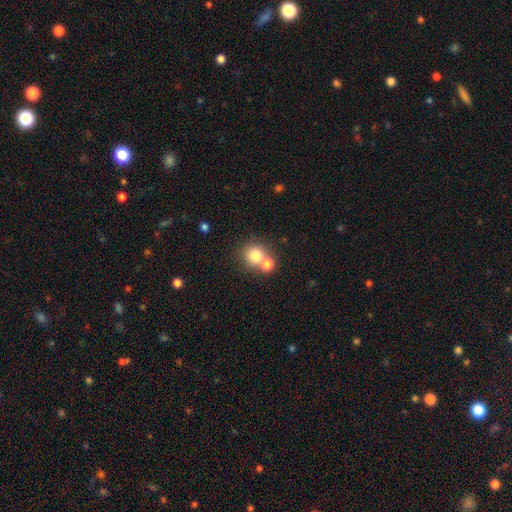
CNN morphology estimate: Smooth or featured? smooth (77%)
How rounded? round (86%)
Merging? none (47%)